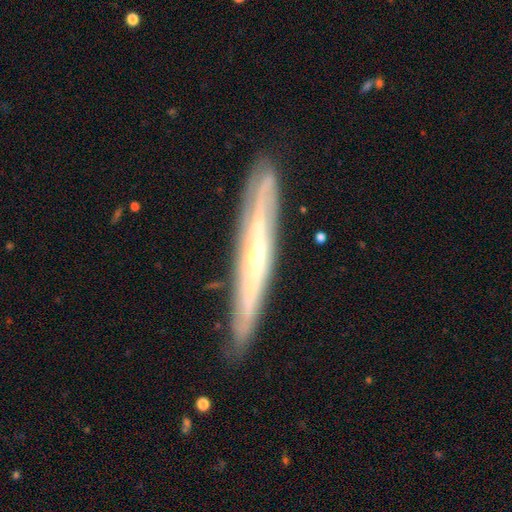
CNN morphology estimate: Smooth or featured?
  - featured or disk: 77% *
  - smooth: 17%
  - star or artifact: 6%
Edge-on disk?
  - yes: 79% *
  - no: 21%
Edge-on bulge?
  - rounded: 62% *
  - none: 36%
  - boxy: 3%
Merging?
  - none: 85% *
  - minor disturbance: 12%
  - major disturbance: 2%
  - merger: 1%